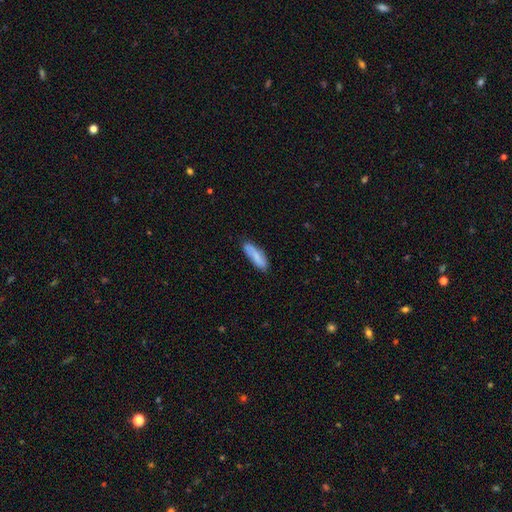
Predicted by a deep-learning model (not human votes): smooth 76%, featured or disk 18%, star or artifact 6%. Down the decision tree: how rounded — cigar-shaped (51%); merging — none (79%).